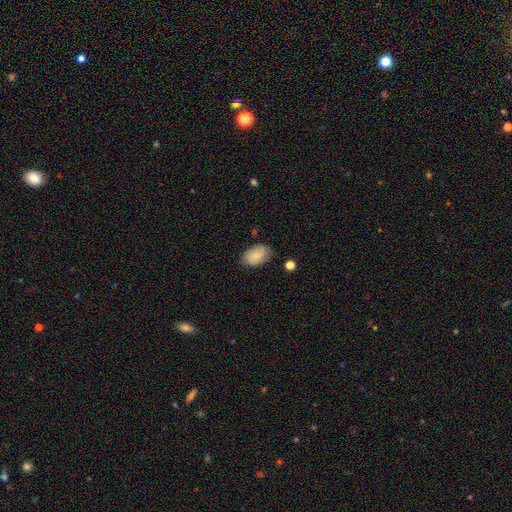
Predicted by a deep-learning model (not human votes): smooth-or-featured: smooth: 75% | featured or disk: 18% | star or artifact: 7%
  how-rounded: in between: 89% | round: 10% | cigar-shaped: 1%
  merging: none: 76% | minor disturbance: 19% | major disturbance: 4% | merger: 2%